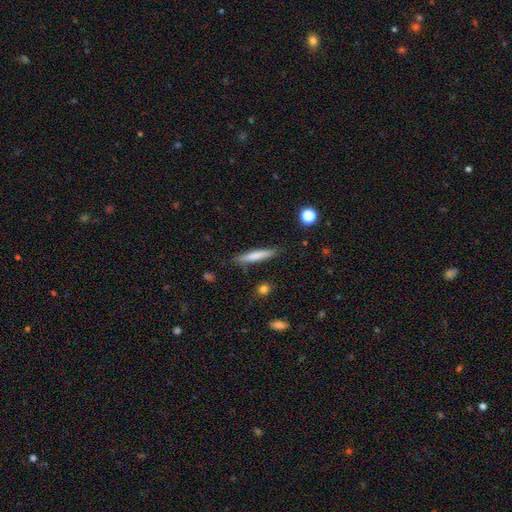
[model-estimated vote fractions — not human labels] Overall: smooth (73%). How rounded: cigar-shaped (90%). Merging: none (84%).